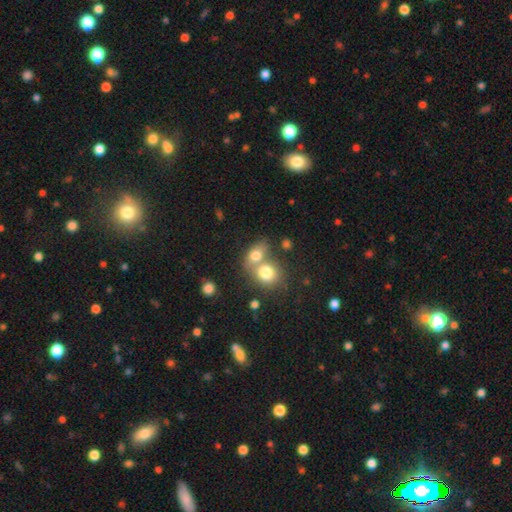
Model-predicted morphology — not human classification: A smooth galaxy with no disk features (76%) that is in between round and cigar-shaped (56%).

Vote fractions:
- Smooth or featured? smooth: 76% / featured or disk: 14% / star or artifact: 10%
- How rounded? in between: 56% / round: 42% / cigar-shaped: 2%
- Merging? merger: 62% / none: 27% / minor disturbance: 7% / major disturbance: 4%